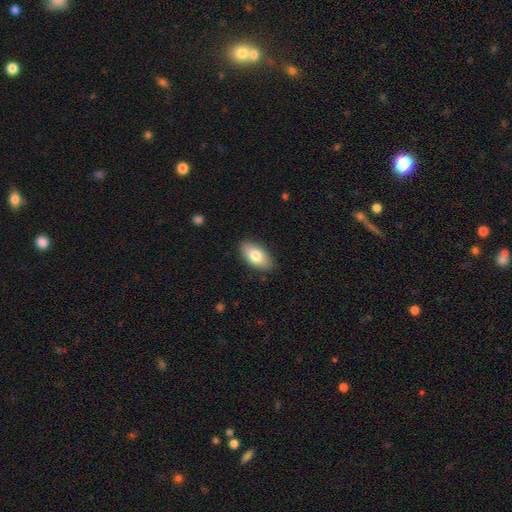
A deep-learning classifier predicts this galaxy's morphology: This is likely a smooth galaxy (78%). How rounded: clearly in between (93%). Merging: clearly none (87%).